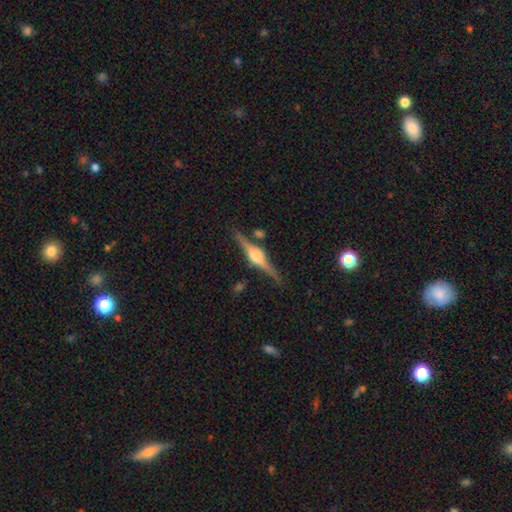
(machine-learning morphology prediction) featured or disk 85%, smooth 9%, star or artifact 6%. Down the decision tree: edge-on disk — yes (98%); edge-on bulge — rounded (90%); merging — none (84%).